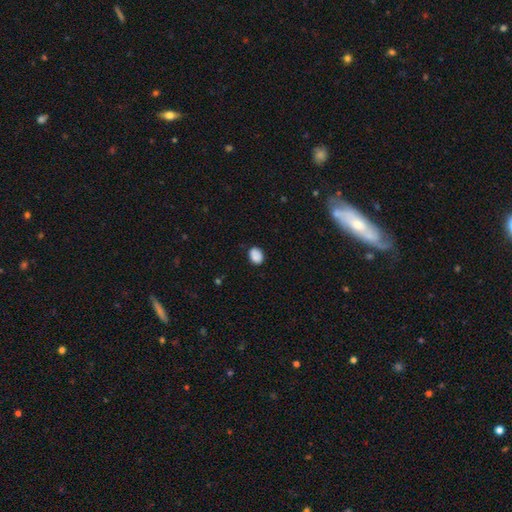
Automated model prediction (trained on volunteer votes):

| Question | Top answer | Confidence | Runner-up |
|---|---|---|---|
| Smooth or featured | smooth | 86% | star or artifact (8%) |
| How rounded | in between | 67% | round (32%) |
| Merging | none | 79% | minor disturbance (16%) |